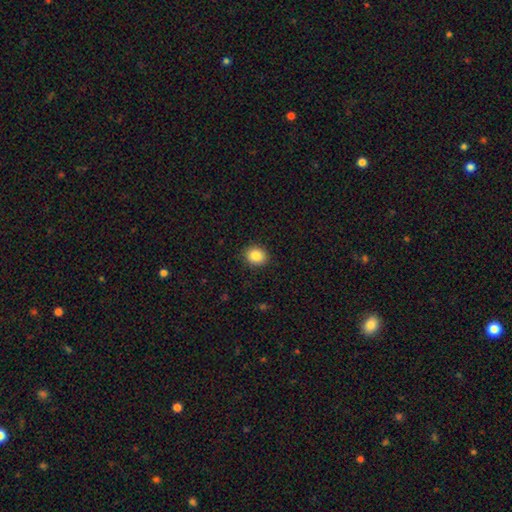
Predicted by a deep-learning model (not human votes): Smooth or featured? smooth (86%)
How rounded? round (66%)
Merging? none (90%)